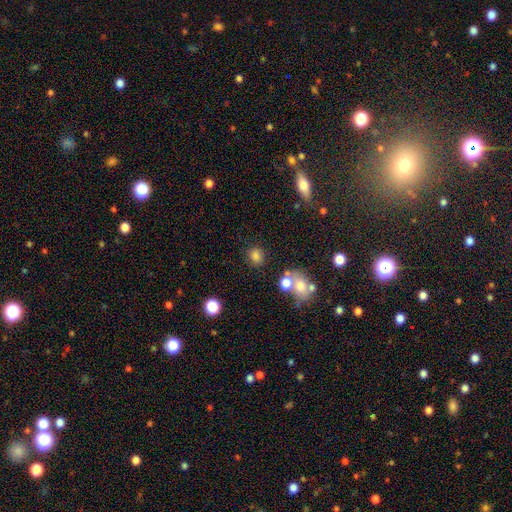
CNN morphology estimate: smooth 80%, star or artifact 14%, featured or disk 7%. Down the decision tree: how rounded — round (70%); merging — none (78%).